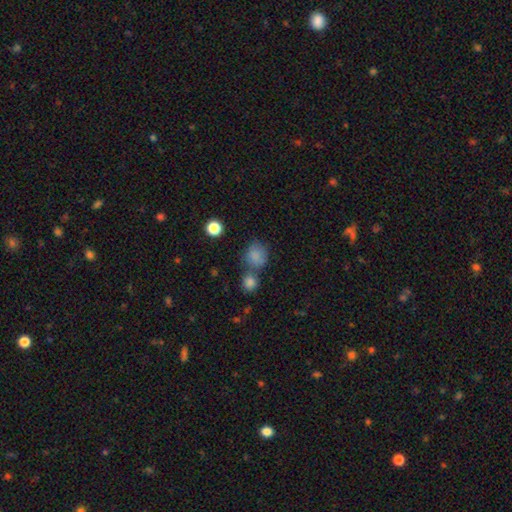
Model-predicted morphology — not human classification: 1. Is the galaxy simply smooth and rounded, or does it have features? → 81% smooth, 11% star or artifact, 8% featured or disk.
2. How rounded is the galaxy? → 69% round, 30% in between, 1% cigar-shaped.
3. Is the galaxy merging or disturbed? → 47% none, 30% merger, 16% minor disturbance, 7% major disturbance.